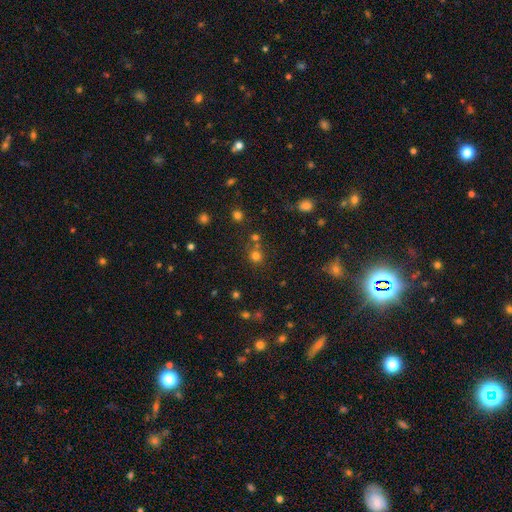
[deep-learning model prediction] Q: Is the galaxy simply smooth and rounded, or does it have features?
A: smooth — 70%.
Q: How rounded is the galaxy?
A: round — 88%.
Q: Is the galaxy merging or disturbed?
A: none — 68%.